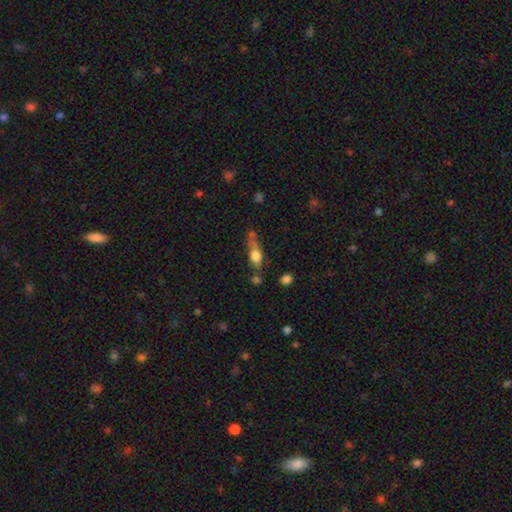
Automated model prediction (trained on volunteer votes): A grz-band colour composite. It shows a smooth galaxy with no disk features (68%) that is in between round and cigar-shaped (58%). Merging: none (38%).